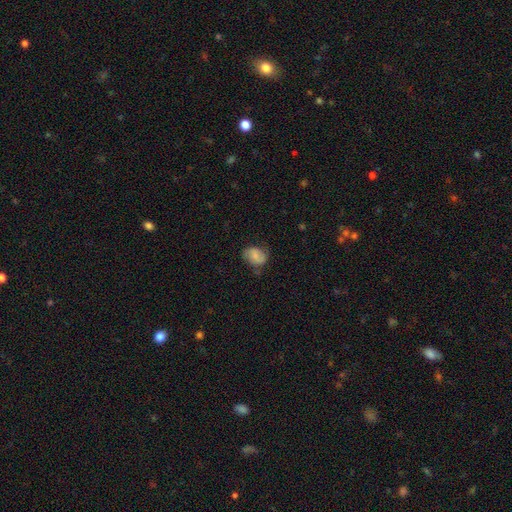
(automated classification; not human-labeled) smooth-or-featured: smooth: 53% | featured or disk: 39% | star or artifact: 9%
  how-rounded: in between: 62% | round: 37% | cigar-shaped: 1%
  merging: none: 65% | minor disturbance: 25% | major disturbance: 8% | merger: 2%